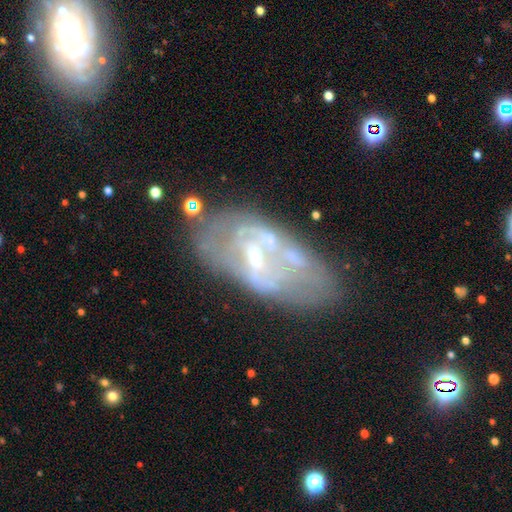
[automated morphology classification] Overall: featured or disk (72%). Edge-on disk: no (92%). Bar: weak (39%, tied with no). Spiral arms: no (59%; yes 41%). Bulge size: small (49%; moderate 37%). Merging: none (53%; minor disturbance 22%).